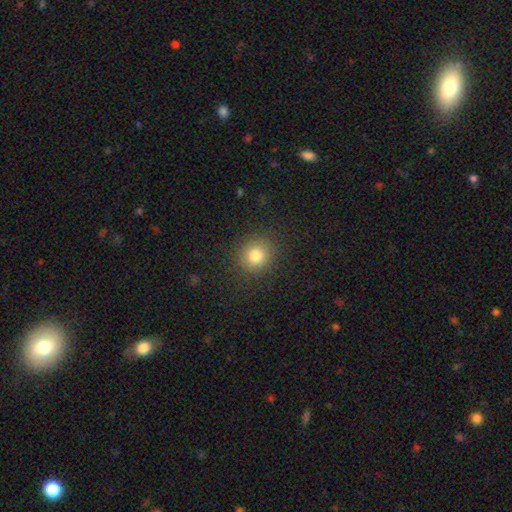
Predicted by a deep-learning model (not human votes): Smooth or featured? smooth (80%)
How rounded? round (87%)
Merging? none (89%)